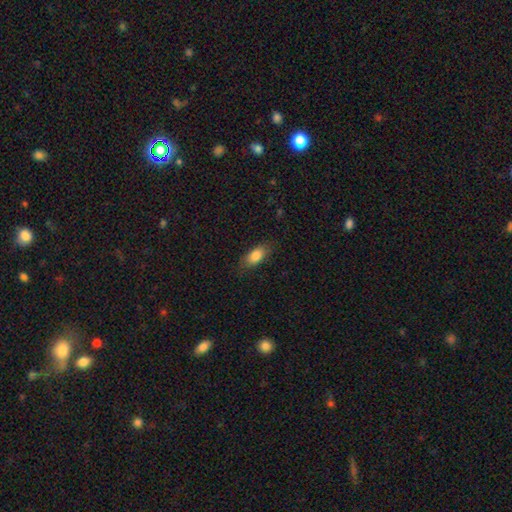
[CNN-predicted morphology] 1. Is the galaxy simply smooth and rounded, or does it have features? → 83% smooth, 10% featured or disk, 7% star or artifact.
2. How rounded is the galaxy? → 85% in between, 11% cigar-shaped, 4% round.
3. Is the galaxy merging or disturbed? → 81% none, 14% minor disturbance, 4% major disturbance, 1% merger.